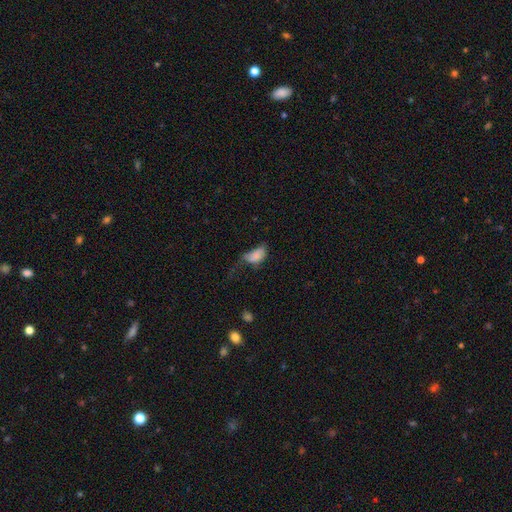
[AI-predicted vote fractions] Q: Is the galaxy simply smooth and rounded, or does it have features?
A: smooth — 76%.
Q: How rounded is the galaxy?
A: in between — 91%.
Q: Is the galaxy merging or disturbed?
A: major disturbance — 45%.